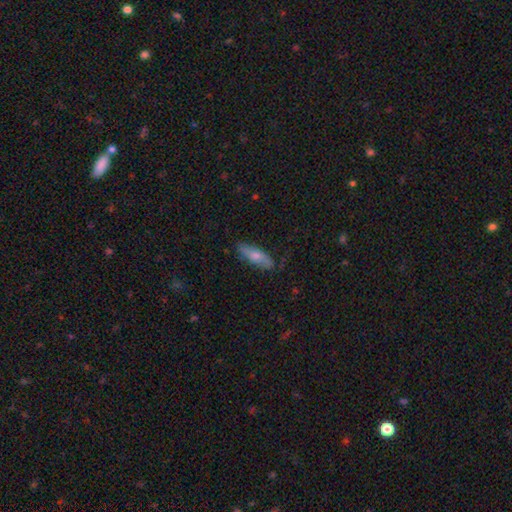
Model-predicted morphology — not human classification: Q: Smooth or featured?
A: smooth (68%); runner-up: featured or disk (26%)
Q: How rounded?
A: in between (56%); runner-up: cigar-shaped (41%)
Q: Merging?
A: none (80%); runner-up: minor disturbance (16%)